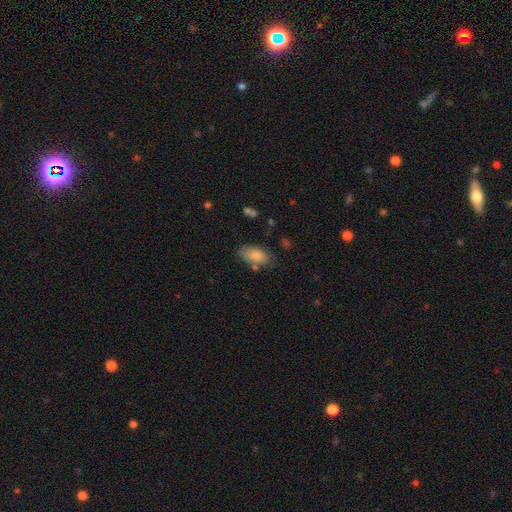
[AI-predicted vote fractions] Morphology: type=smooth (83%); roundness=in between (92%); merging=none (71%).